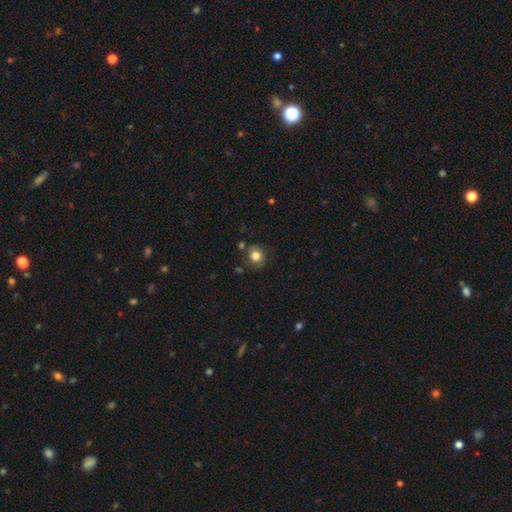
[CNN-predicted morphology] Smooth or featured? smooth (82%)
How rounded? round (81%)
Merging? none (77%)